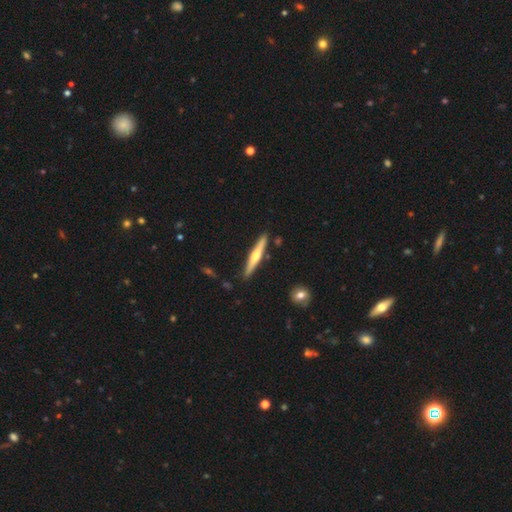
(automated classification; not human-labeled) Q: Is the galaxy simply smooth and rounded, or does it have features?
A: featured or disk — 58%.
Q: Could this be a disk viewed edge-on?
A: yes — 97%.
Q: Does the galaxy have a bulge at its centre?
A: rounded — 86%.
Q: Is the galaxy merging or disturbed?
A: none — 88%.